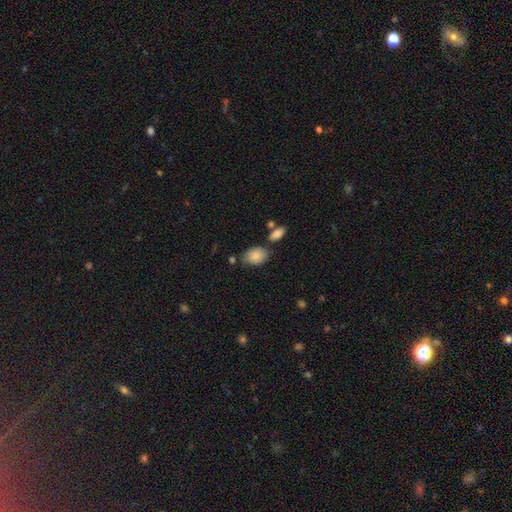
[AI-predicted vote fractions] Overall: smooth (86%). How rounded: in between (79%). Merging: none (66%).